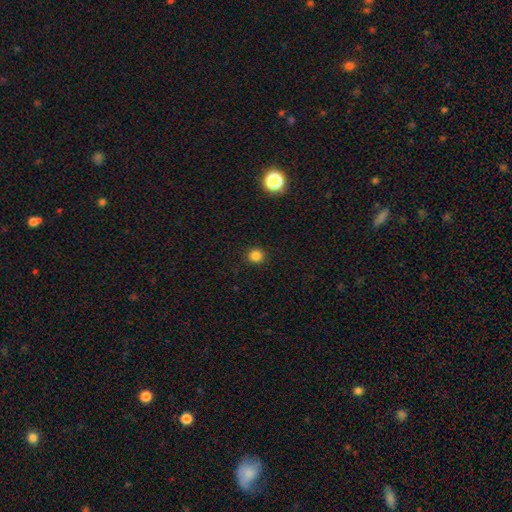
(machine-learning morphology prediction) This appears to be a smooth galaxy with no disk features (83%) that is round (92%). Merging: none (92%).